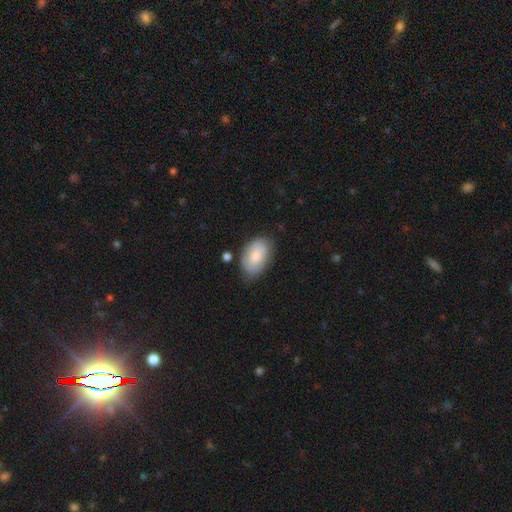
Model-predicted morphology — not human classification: type=smooth (76%); roundness=in between (91%); merging=none (68%).